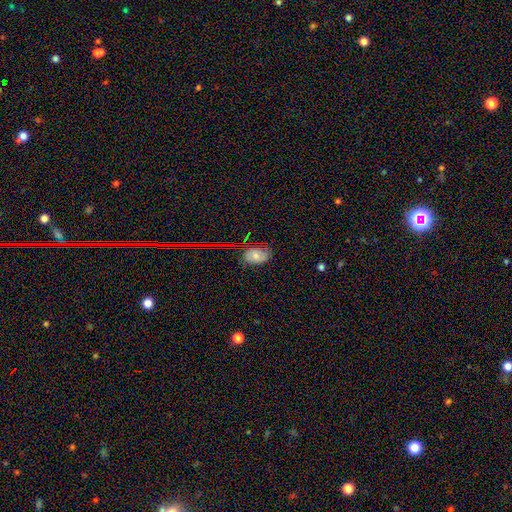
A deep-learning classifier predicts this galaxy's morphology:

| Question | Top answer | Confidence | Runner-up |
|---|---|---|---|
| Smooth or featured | smooth | 54% | featured or disk (25%) |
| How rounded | in between | 83% | round (15%) |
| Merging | none | 71% | minor disturbance (22%) |